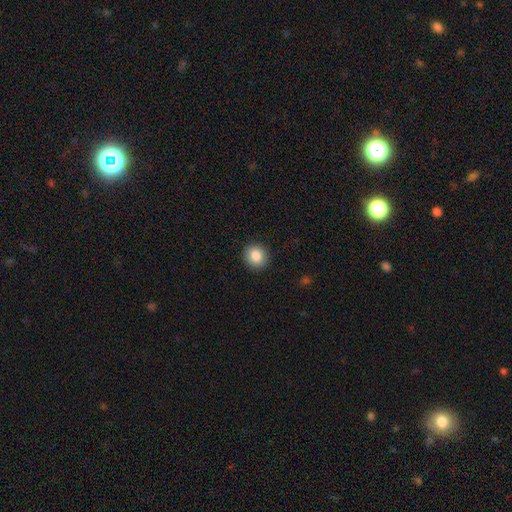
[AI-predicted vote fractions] smooth-or-featured: smooth: 85% | star or artifact: 9% | featured or disk: 6%
  how-rounded: round: 88% | in between: 11% | cigar-shaped: 1%
  merging: none: 92% | minor disturbance: 6% | major disturbance: 2% | merger: 1%